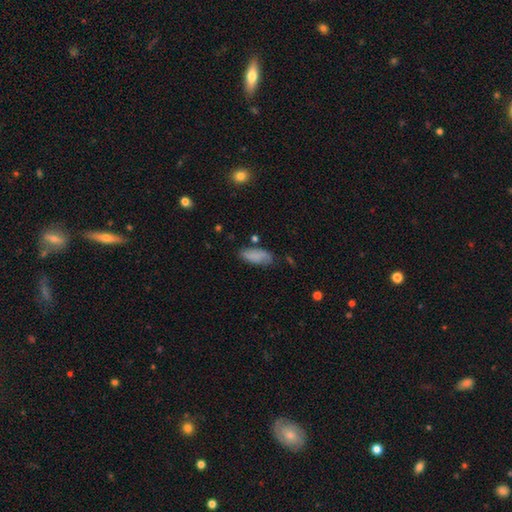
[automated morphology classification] The model was most divided on "merging": none: 65%, minor disturbance: 24%, major disturbance: 7%, merger: 4%. More confident: how rounded — in between (82%); smooth or featured — smooth (81%).